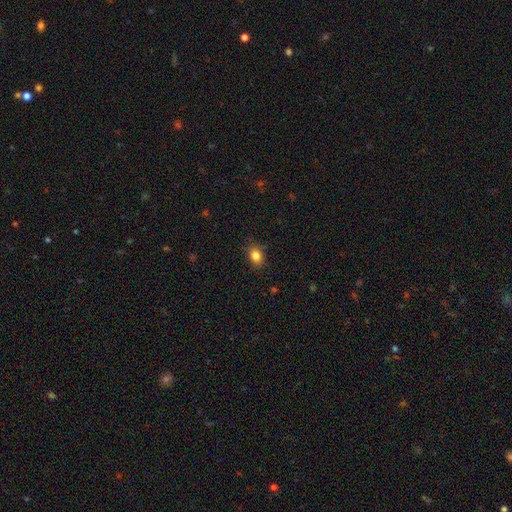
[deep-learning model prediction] Smooth or featured?
  - smooth: 84% *
  - star or artifact: 10%
  - featured or disk: 6%
How rounded?
  - in between: 64% *
  - round: 35%
  - cigar-shaped: 1%
Merging?
  - none: 84% *
  - minor disturbance: 12%
  - major disturbance: 3%
  - merger: 1%